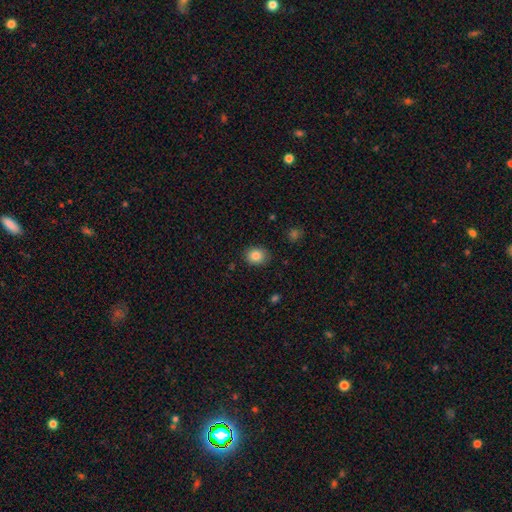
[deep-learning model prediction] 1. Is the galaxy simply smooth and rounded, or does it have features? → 84% smooth, 9% star or artifact, 6% featured or disk.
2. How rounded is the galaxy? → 54% round, 45% in between, 1% cigar-shaped.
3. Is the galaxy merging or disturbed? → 86% none, 10% minor disturbance, 2% major disturbance, 1% merger.